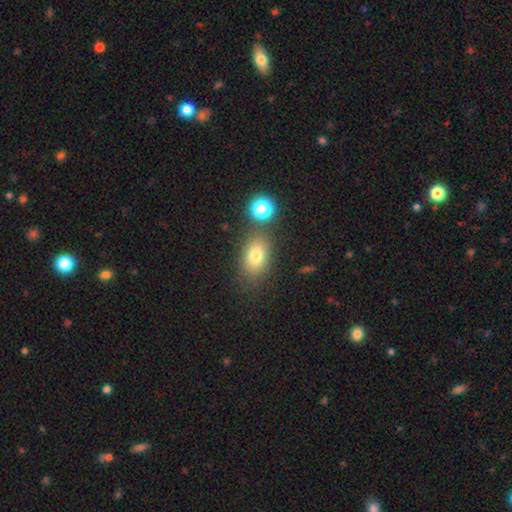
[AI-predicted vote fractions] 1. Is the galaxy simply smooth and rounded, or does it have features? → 77% smooth, 12% star or artifact, 11% featured or disk.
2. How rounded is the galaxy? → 79% in between, 19% round, 2% cigar-shaped.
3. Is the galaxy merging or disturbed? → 75% none, 12% minor disturbance, 8% merger, 4% major disturbance.